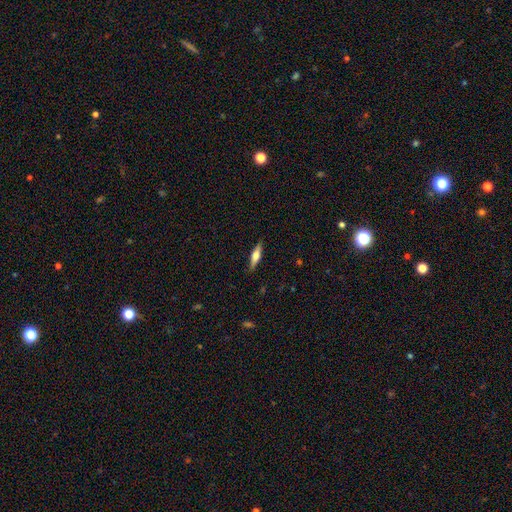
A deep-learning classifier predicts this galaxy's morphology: Smooth or featured: featured or disk — 48% (smooth — 45%)
Merging: none — 88% (minor disturbance — 9%)